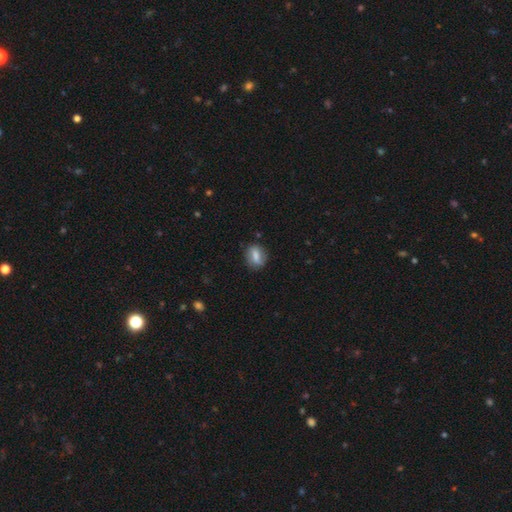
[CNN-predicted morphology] The model was most divided on "how rounded": in between: 58%, round: 37%, cigar-shaped: 5%. More confident: merging — none (79%); smooth or featured — smooth (66%).